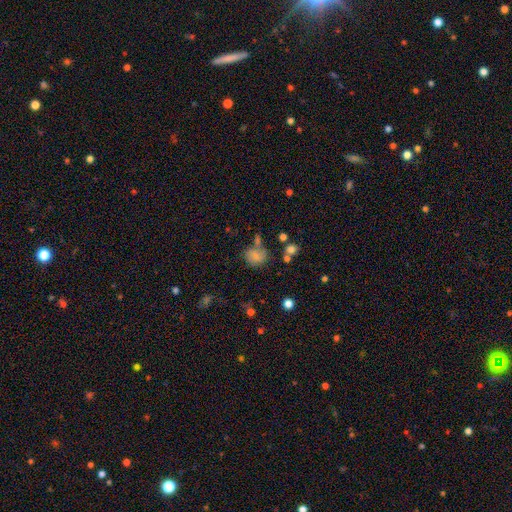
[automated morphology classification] A smooth galaxy with no disk features (71%) that is round (58%). Merging: none (47%).